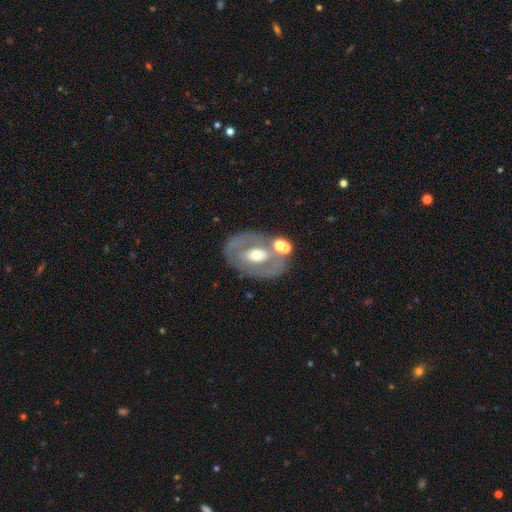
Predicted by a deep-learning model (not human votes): The model was most divided on "bar": no: 43%, weak: 33%, strong: 24%. More confident: edge-on disk — no (92%); smooth or featured — featured or disk (71%); bulge size — moderate (70%); merging — none (66%); spiral arms — no (62%).